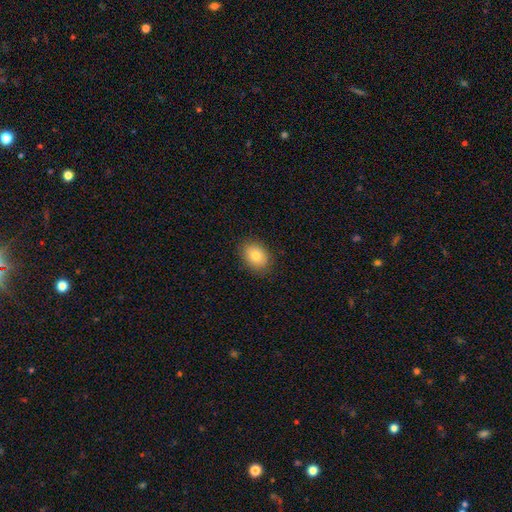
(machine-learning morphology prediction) type=smooth (81%); roundness=in between (67%); merging=none (87%).